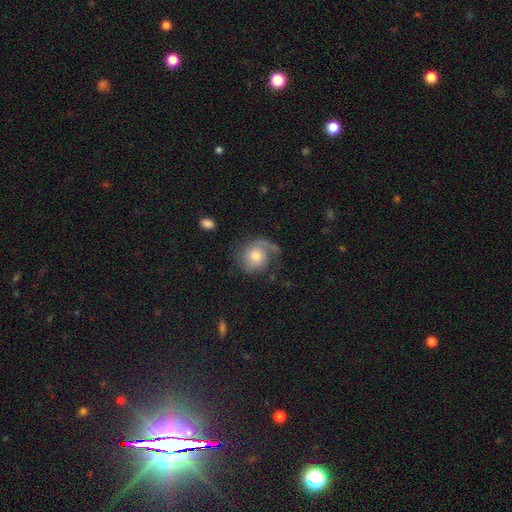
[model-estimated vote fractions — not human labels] smooth_or_featured: featured or disk (p=0.66) [alt: smooth p=0.27]
disk_edge_on: no (p=0.98) [alt: yes p=0.02]
bar: no (p=0.74) [alt: weak p=0.23]
has_spiral_arms: yes (p=0.91) [alt: no p=0.09]
spiral_winding: medium (p=0.39) [alt: tight p=0.32]
spiral_arm_count: 1 (p=0.57) [alt: 2 p=0.32]
bulge_size: moderate (p=0.60) [alt: small p=0.21]
merging: none (p=0.57) [alt: major disturbance p=0.20]